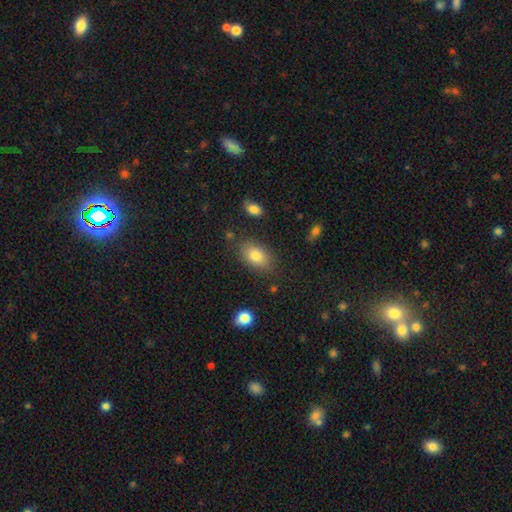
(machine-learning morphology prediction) smooth 80%, featured or disk 11%, star or artifact 9%. Down the decision tree: how rounded — in between (87%); merging — none (80%).